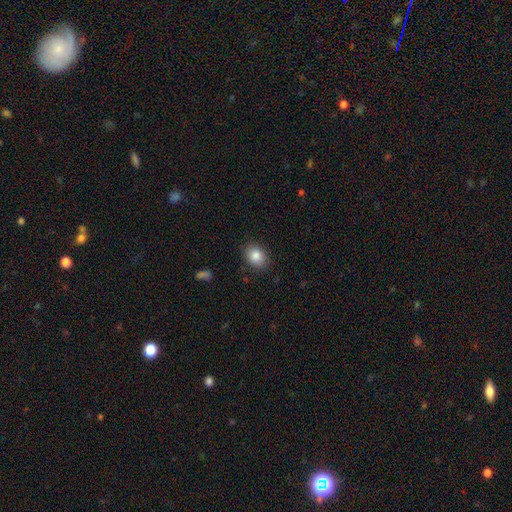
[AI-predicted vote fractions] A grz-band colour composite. It shows a smooth galaxy with no disk features (85%) that is in between round and cigar-shaped (61%). Merging: none (86%).